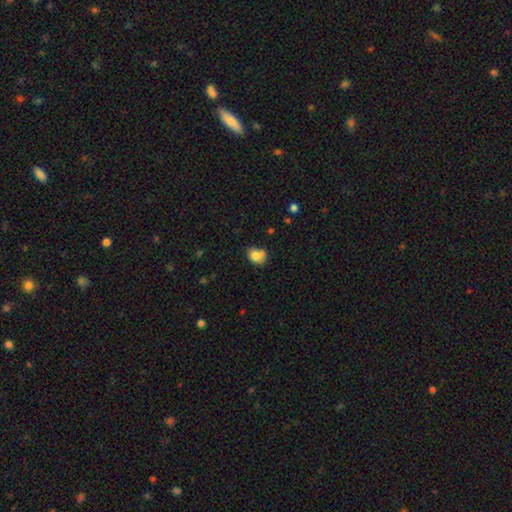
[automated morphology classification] A smooth galaxy with no disk features (78%) that is in between round and cigar-shaped (55%).

Vote fractions:
- Smooth or featured? smooth: 78% / featured or disk: 12% / star or artifact: 10%
- How rounded? in between: 55% / round: 44% / cigar-shaped: 1%
- Merging? none: 48% / merger: 25% / minor disturbance: 21% / major disturbance: 6%